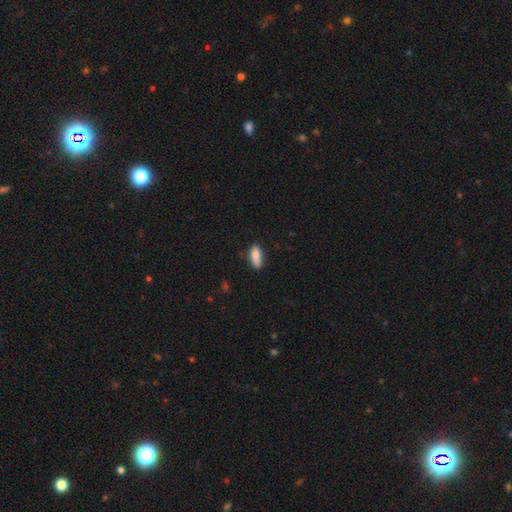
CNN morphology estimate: This appears to be a smooth galaxy with no disk features (86%) that is in between round and cigar-shaped (76%). Merging: none (72%).